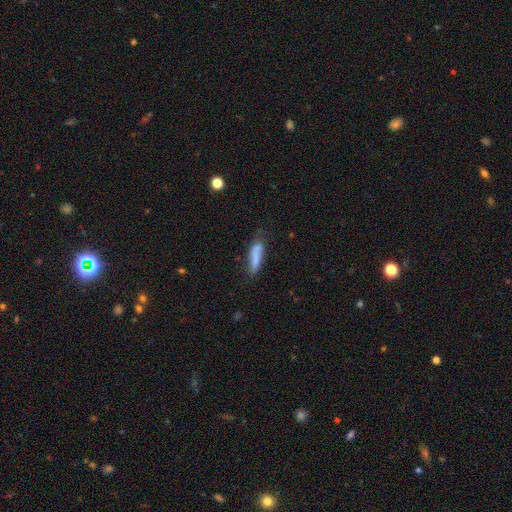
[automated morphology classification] A smooth galaxy with no disk features (74%) that is cigar-shaped (62%). Merging: none (54%).